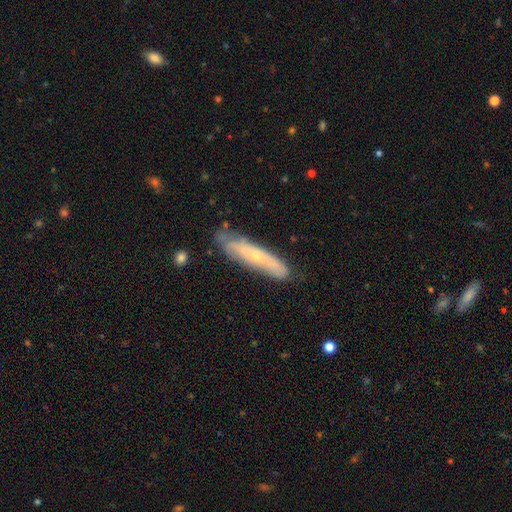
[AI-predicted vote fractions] Q: Smooth or featured?
A: featured or disk (55%); runner-up: smooth (38%)
Q: Edge-on disk?
A: no (51%); runner-up: yes (49%)
Q: Merging?
A: none (73%); runner-up: minor disturbance (21%)